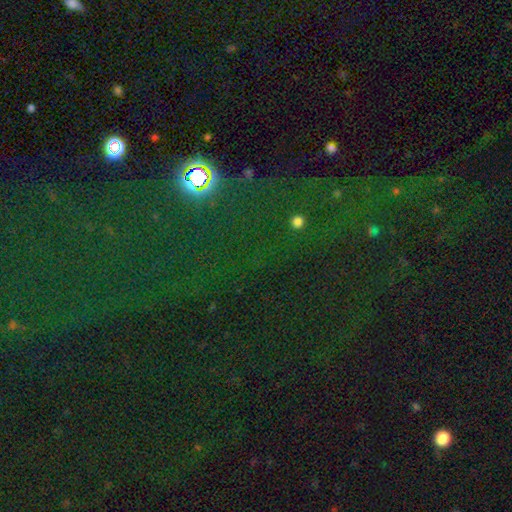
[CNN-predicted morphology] Smooth or featured? Predicted: star or artifact (p=0.77).